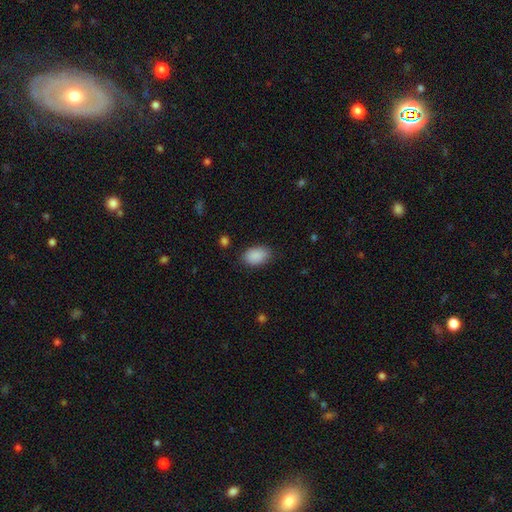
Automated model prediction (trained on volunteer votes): smooth_or_featured: smooth (p=0.89) [alt: star or artifact p=0.07]
how_rounded: in between (p=0.88) [alt: round p=0.10]
merging: none (p=0.81) [alt: minor disturbance p=0.15]